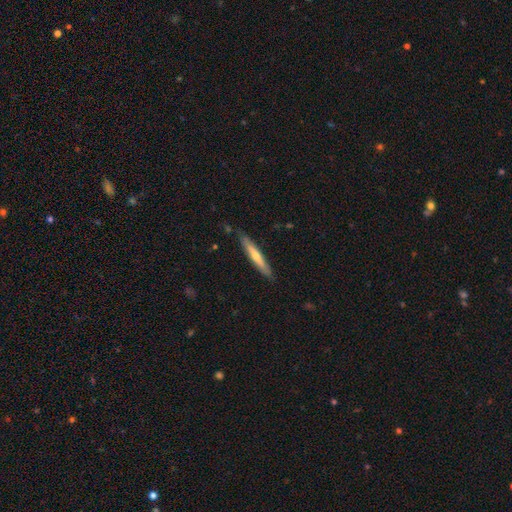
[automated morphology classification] Overall: featured or disk (48%; smooth 46%). Merging: none (86%).